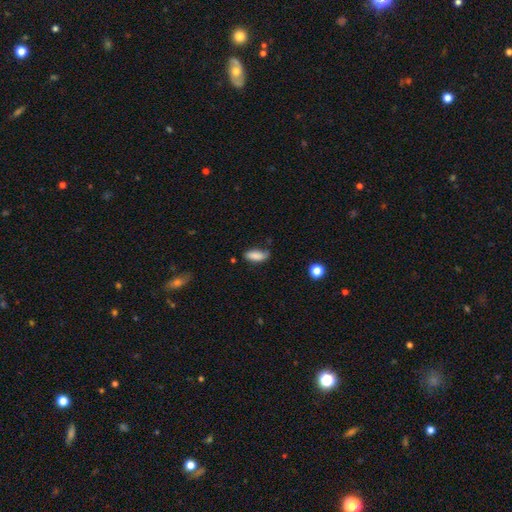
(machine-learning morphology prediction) Overall: smooth (85%). How rounded: in between (81%). Merging: none (62%; minor disturbance 29%).